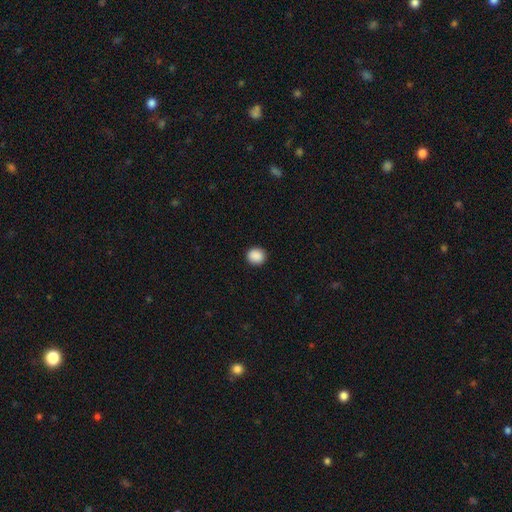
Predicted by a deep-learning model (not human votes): smooth_or_featured: smooth (p=0.89) [alt: star or artifact p=0.09]
how_rounded: round (p=0.89) [alt: in between p=0.11]
merging: none (p=0.92) [alt: minor disturbance p=0.05]